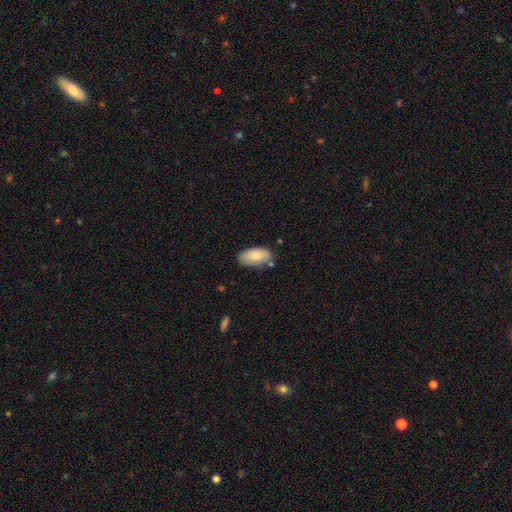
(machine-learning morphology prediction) Smooth or featured: smooth — 81% (featured or disk — 13%)
How rounded: in between — 94% (cigar-shaped — 3%)
Merging: none — 71% (minor disturbance — 21%)